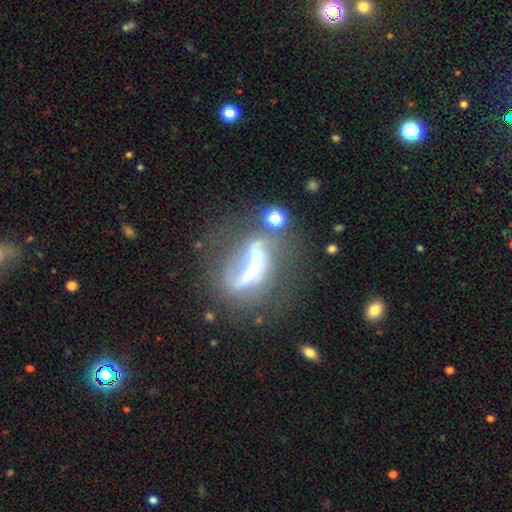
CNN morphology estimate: Smooth or featured? featured or disk (64%)
Edge-on disk? no (80%)
Bar? strong (71%)
Spiral arms? no (51%)
Bulge size? none (33%)
Merging? none (34%, tied with major disturbance)